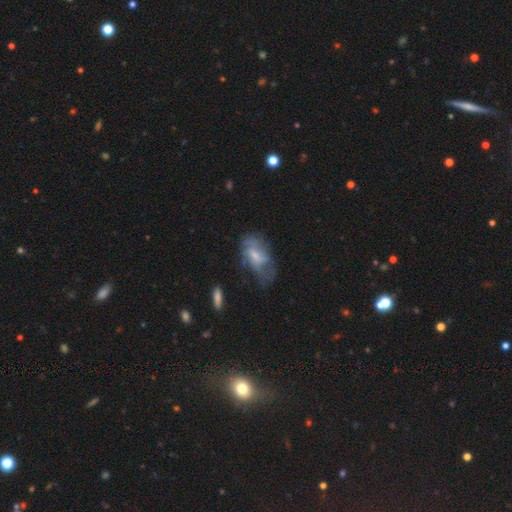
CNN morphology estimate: A featured or disk galaxy (56%) with no bar (53%), spiral arms (64%) and a small central bulge (55%). Merging: none (40%).